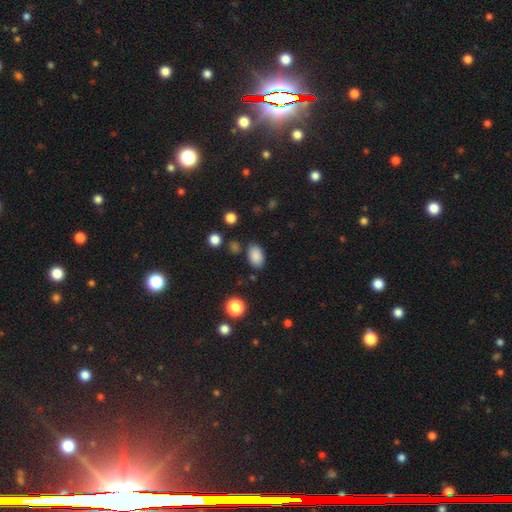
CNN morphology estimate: Overall: smooth (87%). How rounded: in between (89%). Merging: none (80%).